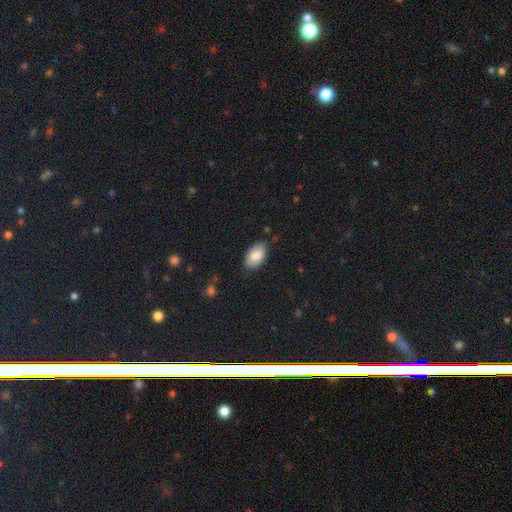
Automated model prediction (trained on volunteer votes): The model was most divided on "merging": none: 82%, minor disturbance: 14%, major disturbance: 3%, merger: 1%. More confident: how rounded — in between (94%); smooth or featured — smooth (83%).